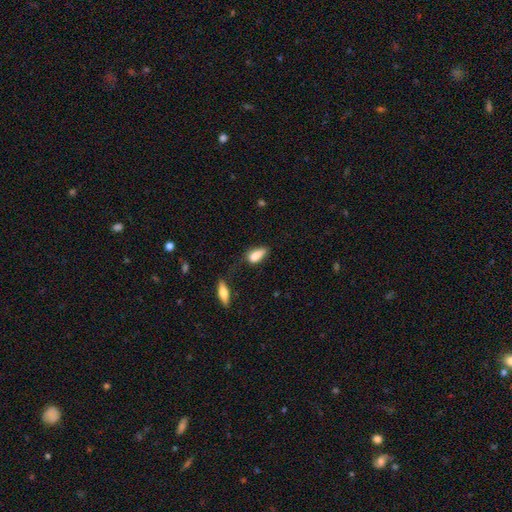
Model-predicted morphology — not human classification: This appears to be a smooth galaxy with no disk features (81%) that is in between round and cigar-shaped (83%). Merging: none (39%).